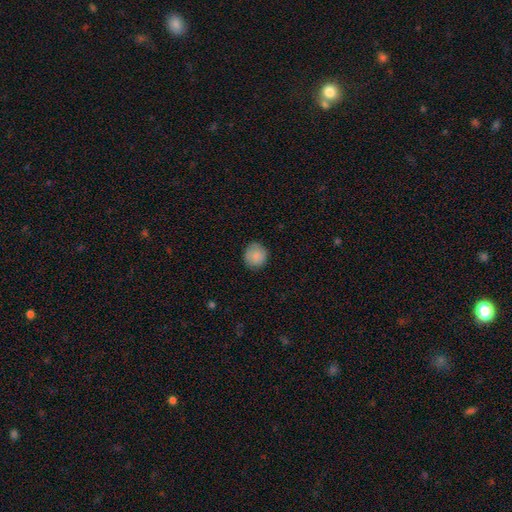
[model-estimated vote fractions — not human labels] This appears to be a smooth galaxy with no disk features (88%) that is round (87%). Merging: none (86%).